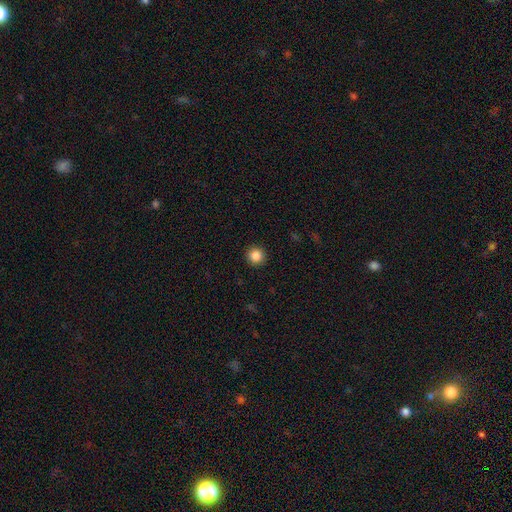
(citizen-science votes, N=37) Smooth or featured? smooth (92%)
How rounded? round (100%)
Merging? none (92%)